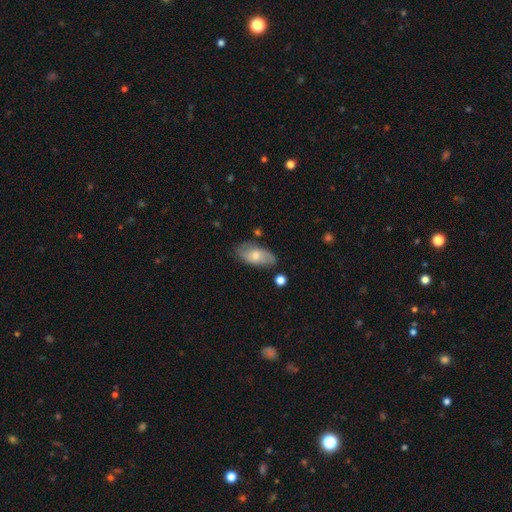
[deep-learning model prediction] A smooth galaxy with no disk features (62%) that is in between round and cigar-shaped (92%). Merging: none (71%).